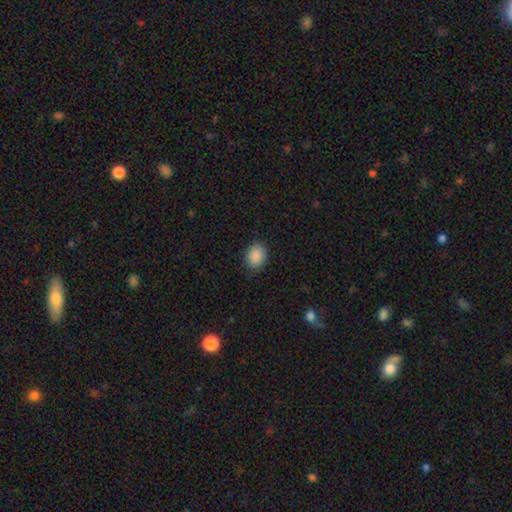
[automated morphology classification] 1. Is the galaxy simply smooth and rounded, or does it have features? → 89% smooth, 8% star or artifact, 3% featured or disk.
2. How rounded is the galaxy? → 50% round, 49% in between, 1% cigar-shaped.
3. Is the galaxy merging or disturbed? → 83% none, 13% minor disturbance, 3% major disturbance, 1% merger.